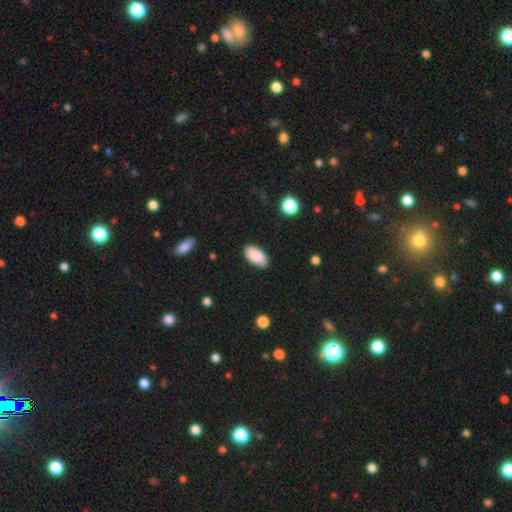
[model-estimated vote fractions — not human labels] Q: Smooth or featured?
A: smooth (89%); runner-up: star or artifact (7%)
Q: How rounded?
A: in between (95%); runner-up: cigar-shaped (3%)
Q: Merging?
A: none (86%); runner-up: minor disturbance (11%)